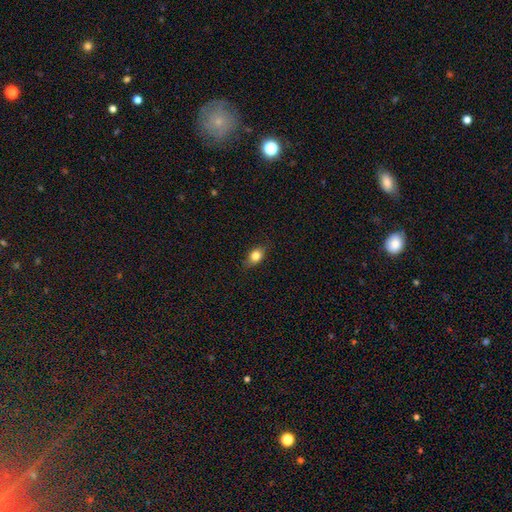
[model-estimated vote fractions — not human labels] Smooth or featured? Predicted: smooth (p=0.78). How rounded? Predicted: in between (p=0.69). Merging? Predicted: none (p=0.82).